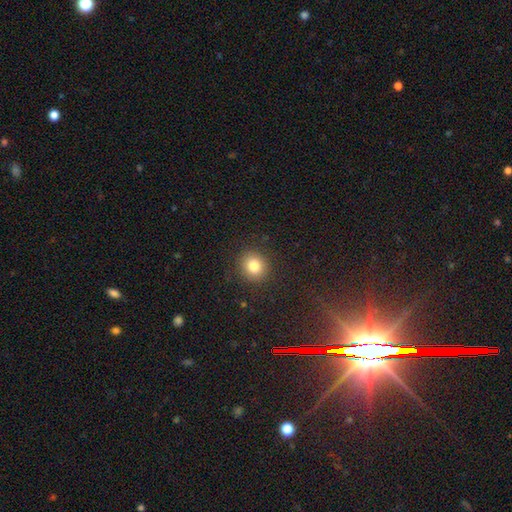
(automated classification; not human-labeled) The model was most divided on "smooth or featured": smooth: 67%, star or artifact: 25%, featured or disk: 8%. More confident: merging — none (91%); how rounded — round (89%).